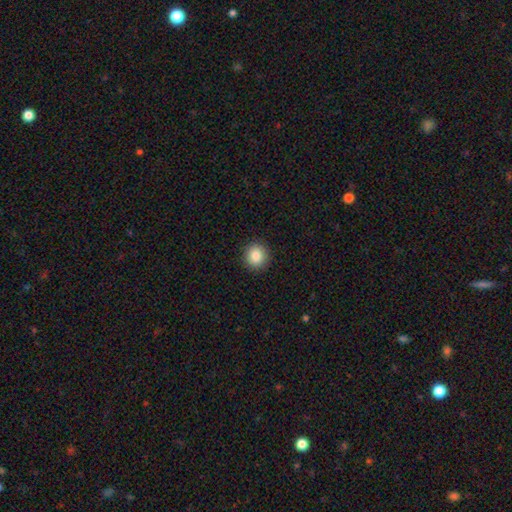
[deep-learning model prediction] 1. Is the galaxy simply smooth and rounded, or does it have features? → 86% smooth, 9% star or artifact, 5% featured or disk.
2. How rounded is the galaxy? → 90% round, 9% in between, 1% cigar-shaped.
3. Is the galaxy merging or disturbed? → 92% none, 5% minor disturbance, 2% major disturbance, 1% merger.